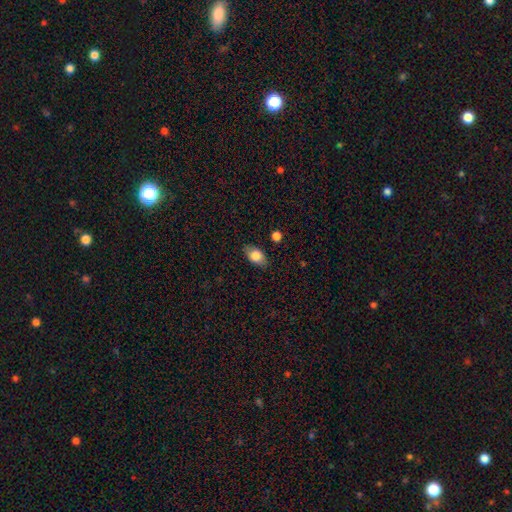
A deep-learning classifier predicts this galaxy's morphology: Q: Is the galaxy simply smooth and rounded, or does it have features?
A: smooth — 80%.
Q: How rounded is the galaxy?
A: in between — 88%.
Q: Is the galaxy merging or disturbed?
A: none — 84%.